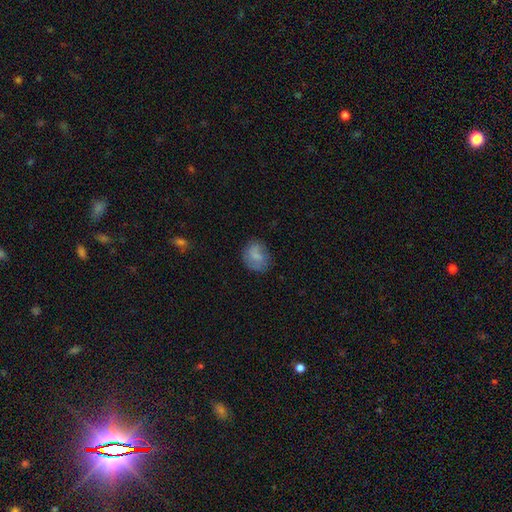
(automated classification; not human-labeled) Smooth or featured?
  - smooth: 70% *
  - featured or disk: 22%
  - star or artifact: 8%
How rounded?
  - round: 58% *
  - in between: 41%
  - cigar-shaped: 1%
Merging?
  - none: 71% *
  - minor disturbance: 20%
  - major disturbance: 7%
  - merger: 2%